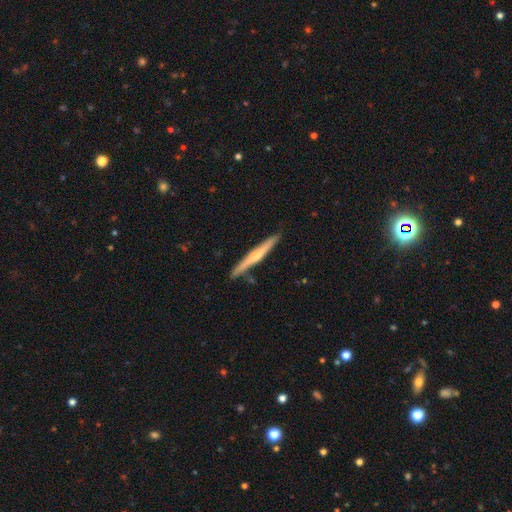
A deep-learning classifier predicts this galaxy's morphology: Smooth or featured? featured or disk (57%)
Edge-on disk? yes (96%)
Edge-on bulge? rounded (63%)
Merging? none (86%)